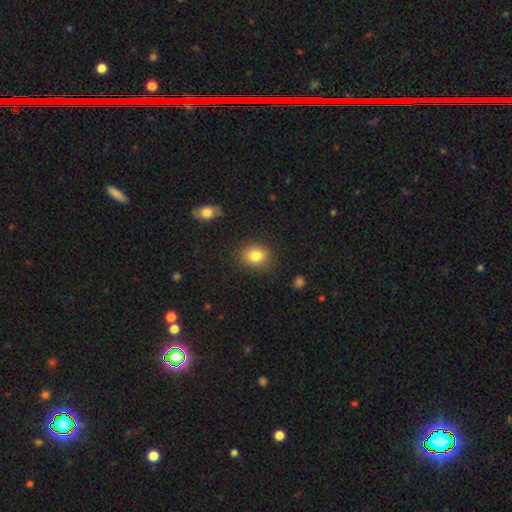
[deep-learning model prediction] This appears to be a smooth galaxy with no disk features (82%) that is round (61%). Merging: none (84%).